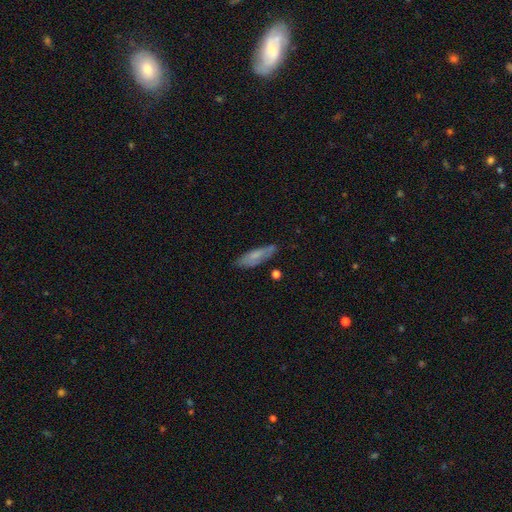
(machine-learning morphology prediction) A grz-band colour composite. It shows a smooth galaxy with no disk features (64%) that is cigar-shaped (53%). Merging: none (73%).